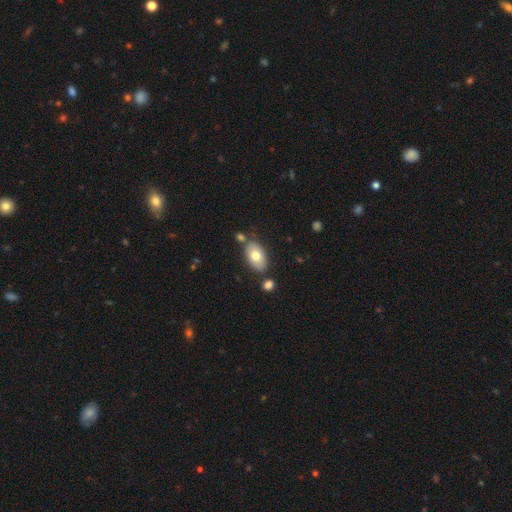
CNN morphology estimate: This is likely a smooth galaxy (75%). How rounded: clearly in between (92%). Merging: likely none (71%).